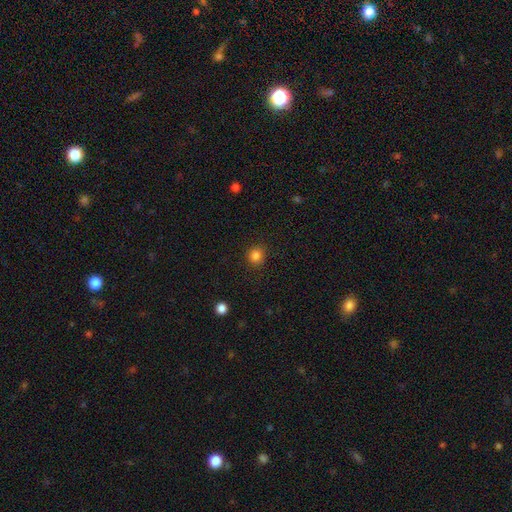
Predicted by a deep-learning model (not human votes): Q: Smooth or featured?
A: smooth (84%); runner-up: star or artifact (12%)
Q: How rounded?
A: round (88%); runner-up: in between (11%)
Q: Merging?
A: none (90%); runner-up: minor disturbance (7%)